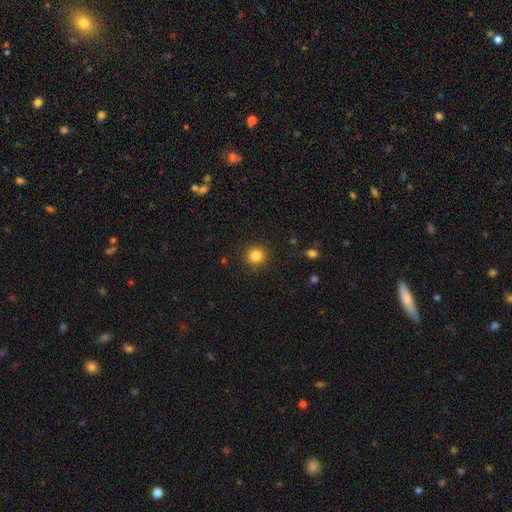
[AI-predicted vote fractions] Overall: smooth (84%). How rounded: round (93%). Merging: none (91%).